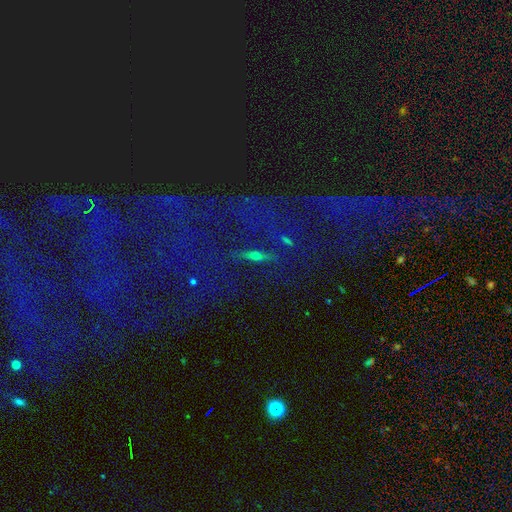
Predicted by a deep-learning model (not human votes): smooth-or-featured: featured or disk: 48% | smooth: 29% | star or artifact: 23%
  merging: none: 82% | minor disturbance: 10% | major disturbance: 4% | merger: 4%